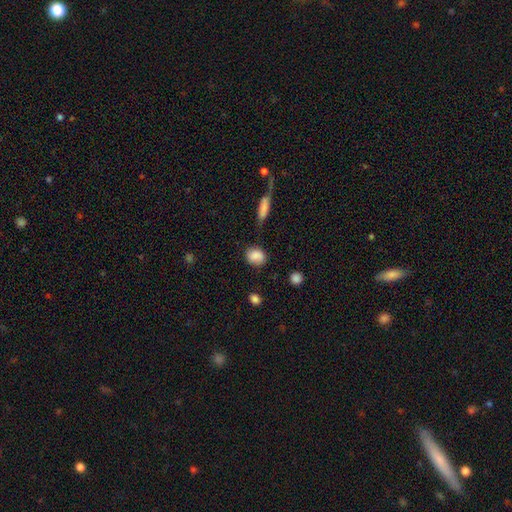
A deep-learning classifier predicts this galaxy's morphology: This is clearly a smooth galaxy (84%). How rounded: possibly round (50%). Merging: likely none (71%).